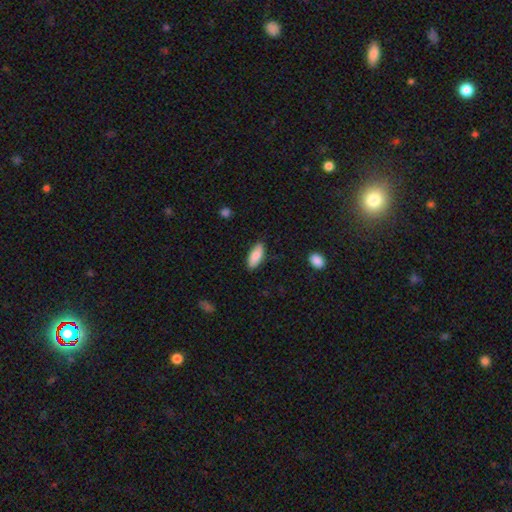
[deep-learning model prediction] Smooth or featured? smooth (85%)
How rounded? in between (81%)
Merging? none (85%)